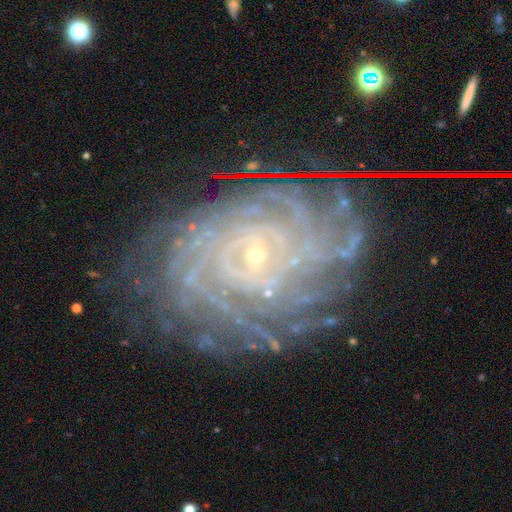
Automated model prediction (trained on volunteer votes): A featured or disk galaxy (89%) with no bar (66%), more than 4 (35%) tight (84%) spiral arms (98%) and a small central bulge (86%). Merging: none (79%).